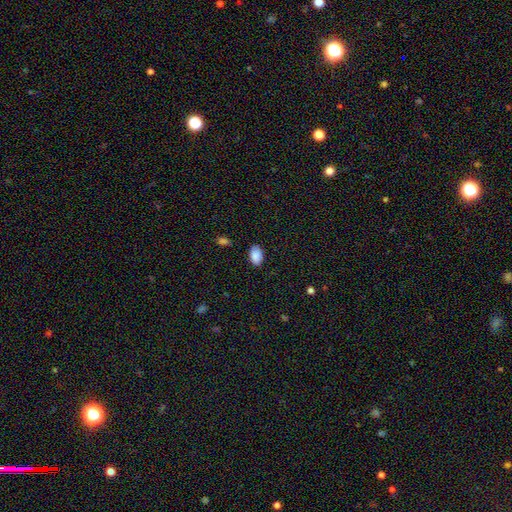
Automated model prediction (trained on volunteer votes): Smooth or featured: smooth — 88% (star or artifact — 8%)
How rounded: in between — 89% (round — 10%)
Merging: none — 84% (minor disturbance — 13%)